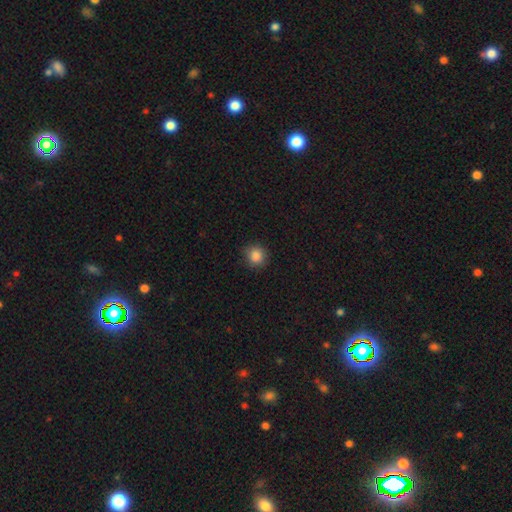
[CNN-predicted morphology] smooth-or-featured: smooth: 86% | star or artifact: 10% | featured or disk: 4%
  how-rounded: round: 89% | in between: 10% | cigar-shaped: 1%
  merging: none: 84% | minor disturbance: 12% | major disturbance: 3% | merger: 1%